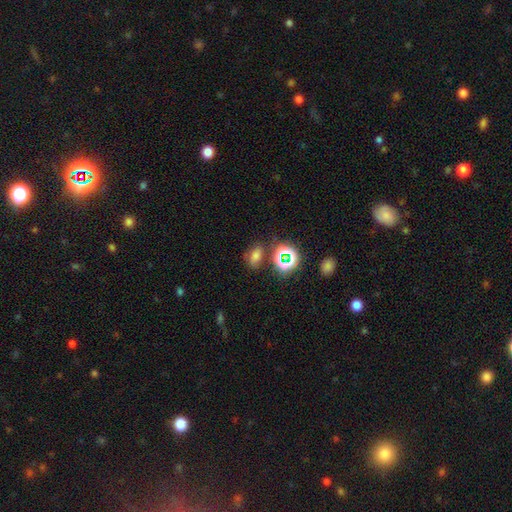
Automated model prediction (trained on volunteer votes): Morphology: type=smooth (62%); roundness=in between (78%); merging=none (68%).